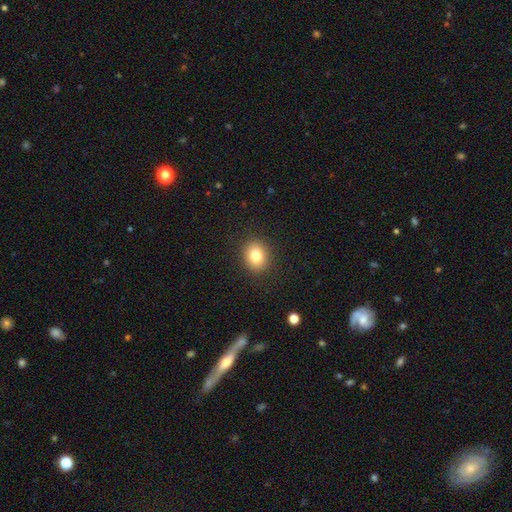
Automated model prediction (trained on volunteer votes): Smooth or featured?
  - smooth: 81% *
  - star or artifact: 10%
  - featured or disk: 9%
How rounded?
  - round: 64% *
  - in between: 35%
  - cigar-shaped: 1%
Merging?
  - none: 89% *
  - minor disturbance: 7%
  - major disturbance: 2%
  - merger: 1%